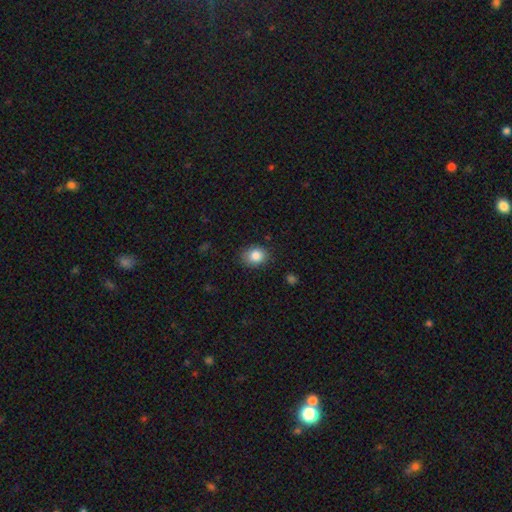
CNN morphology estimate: smooth 85%, star or artifact 9%, featured or disk 6%. Down the decision tree: how rounded — round (57%); merging — none (83%).